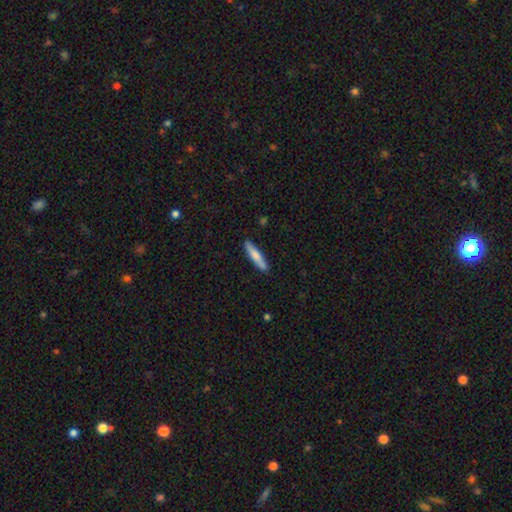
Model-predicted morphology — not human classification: A smooth galaxy with no disk features (73%) that is cigar-shaped (86%).

Vote fractions:
- Smooth or featured? smooth: 73% / featured or disk: 22% / star or artifact: 5%
- How rounded? cigar-shaped: 86% / in between: 12% / round: 1%
- Merging? none: 87% / minor disturbance: 10% / major disturbance: 2% / merger: 2%